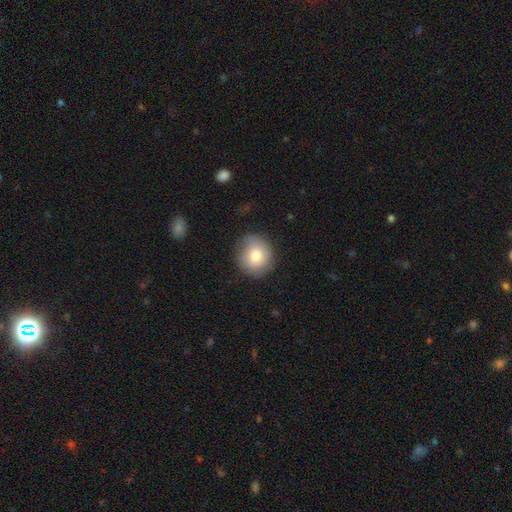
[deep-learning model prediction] This is likely a smooth galaxy (78%). How rounded: clearly round (87%). Merging: likely none (77%).